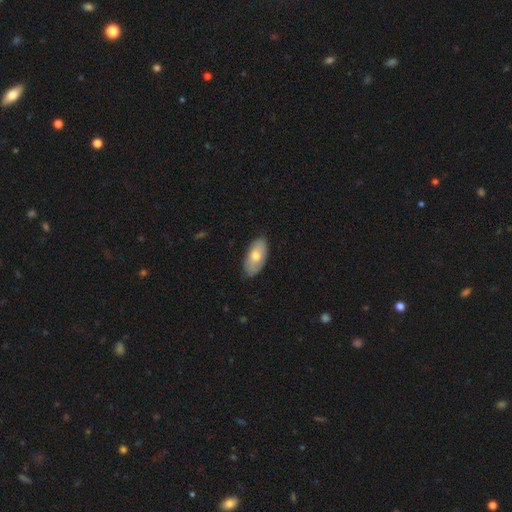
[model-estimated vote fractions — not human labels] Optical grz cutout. It shows a smooth galaxy with no disk features (69%) that is in between round and cigar-shaped (92%). Merging: none (84%).